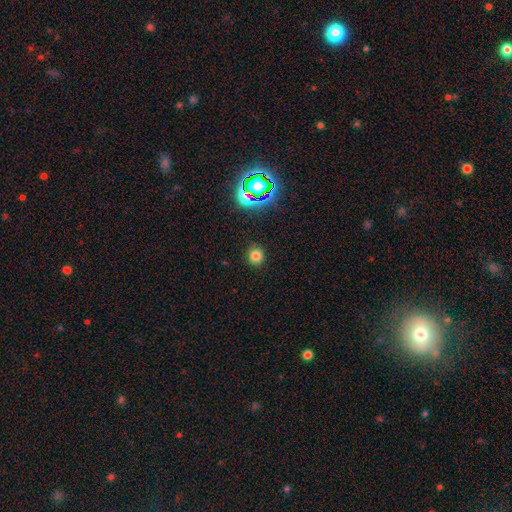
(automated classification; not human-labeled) A smooth galaxy with no disk features (75%) that is round (90%).

Vote fractions:
- Smooth or featured? smooth: 75% / star or artifact: 18% / featured or disk: 6%
- How rounded? round: 90% / in between: 9% / cigar-shaped: 1%
- Merging? none: 89% / minor disturbance: 7% / major disturbance: 3% / merger: 1%